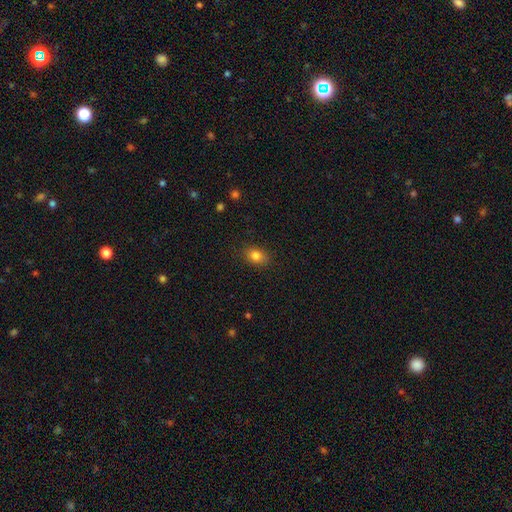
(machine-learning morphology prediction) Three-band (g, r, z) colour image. It shows a smooth galaxy with no disk features (82%) that is in between round and cigar-shaped (65%). Merging: none (85%).